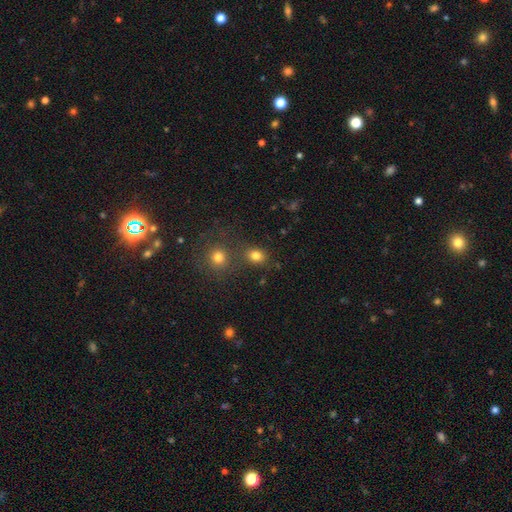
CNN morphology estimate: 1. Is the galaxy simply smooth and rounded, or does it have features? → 79% smooth, 15% star or artifact, 7% featured or disk.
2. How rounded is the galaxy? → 54% round, 45% in between, 1% cigar-shaped.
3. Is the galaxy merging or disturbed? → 69% none, 16% merger, 11% minor disturbance, 4% major disturbance.